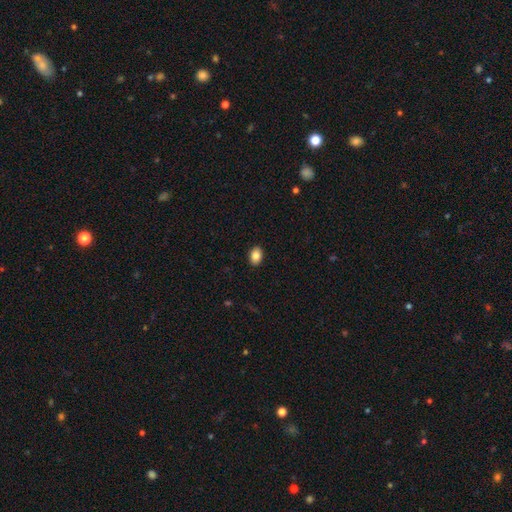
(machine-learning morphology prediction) The model was most divided on "how rounded": in between: 81%, round: 18%, cigar-shaped: 1%. More confident: merging — none (91%); smooth or featured — smooth (85%).